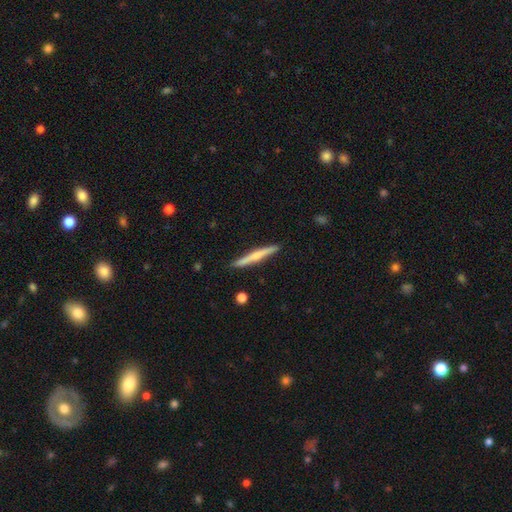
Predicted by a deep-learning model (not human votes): A featured or disk galaxy (53%) viewed edge-on (97%) with a rounded central bulge (61%).

Vote fractions:
- Smooth or featured? featured or disk: 53% / smooth: 42% / star or artifact: 5%
- Edge-on disk? yes: 97% / no: 3%
- Edge-on bulge? rounded: 61% / none: 31% / boxy: 8%
- Merging? none: 91% / minor disturbance: 7% / merger: 1% / major disturbance: 1%